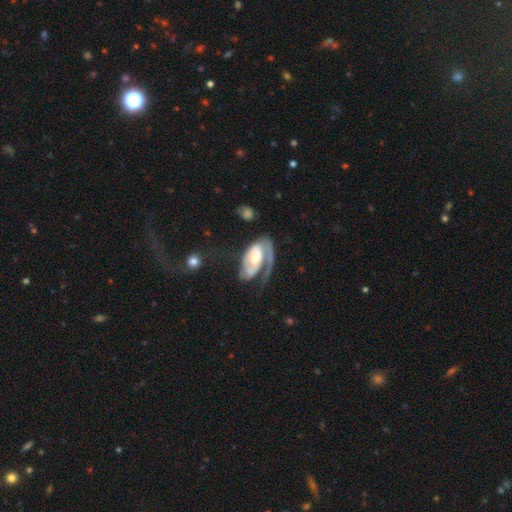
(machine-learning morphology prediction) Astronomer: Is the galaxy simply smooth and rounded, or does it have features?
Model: featured or disk — 78%.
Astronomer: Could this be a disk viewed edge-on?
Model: no — 95%.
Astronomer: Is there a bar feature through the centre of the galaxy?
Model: no — 51% (runner-up: weak, 33%).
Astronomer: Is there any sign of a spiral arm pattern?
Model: yes — 86%.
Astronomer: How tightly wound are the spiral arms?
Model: tight — 51% (runner-up: medium, 33%).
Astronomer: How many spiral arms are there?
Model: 1 — 63%.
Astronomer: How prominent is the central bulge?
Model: moderate — 55%.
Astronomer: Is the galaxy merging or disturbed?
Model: major disturbance — 40% (runner-up: none, 36%).